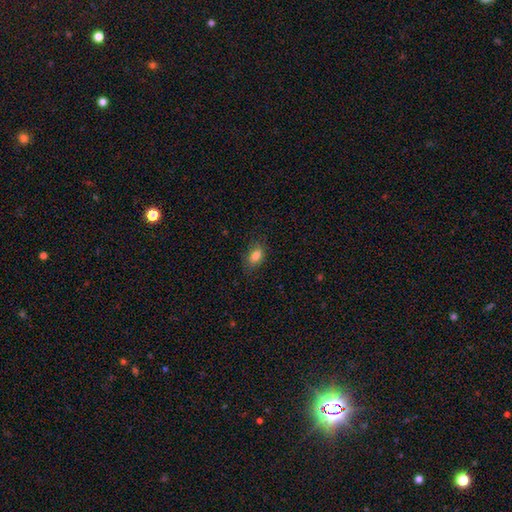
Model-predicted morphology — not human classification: Smooth or featured? smooth (81%)
How rounded? in between (86%)
Merging? none (74%)